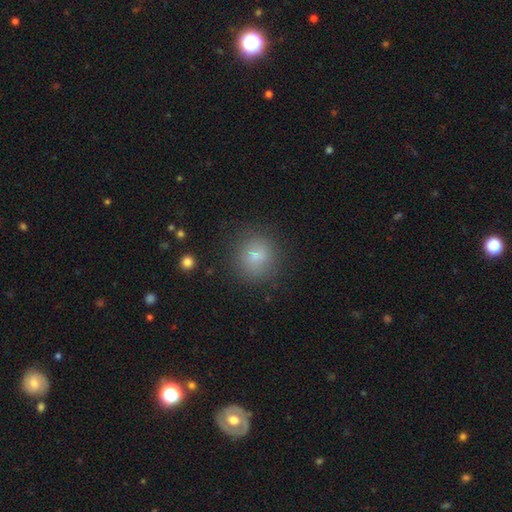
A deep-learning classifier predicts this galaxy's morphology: Overall: smooth (74%). How rounded: round (87%). Merging: none (84%).